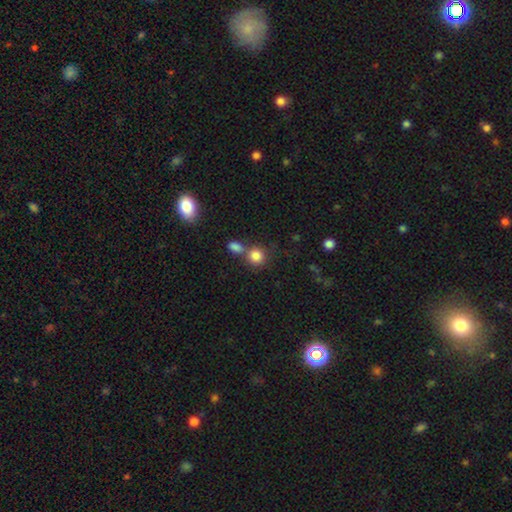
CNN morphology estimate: Overall: smooth (83%). How rounded: round (84%). Merging: none (53%; merger 34%).